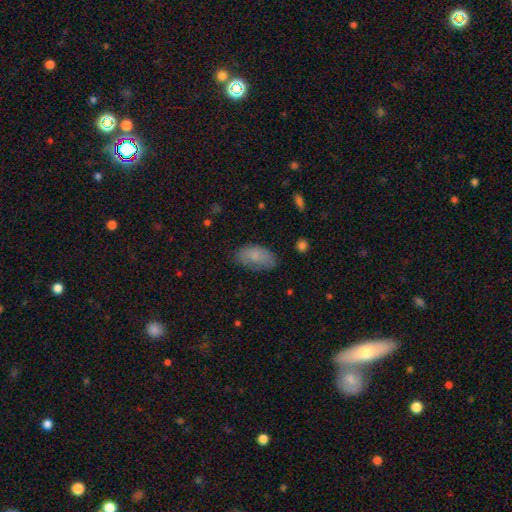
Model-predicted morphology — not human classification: The model was most divided on "merging": none: 72%, minor disturbance: 21%, major disturbance: 5%, merger: 1%. More confident: how rounded — in between (94%); smooth or featured — smooth (77%).